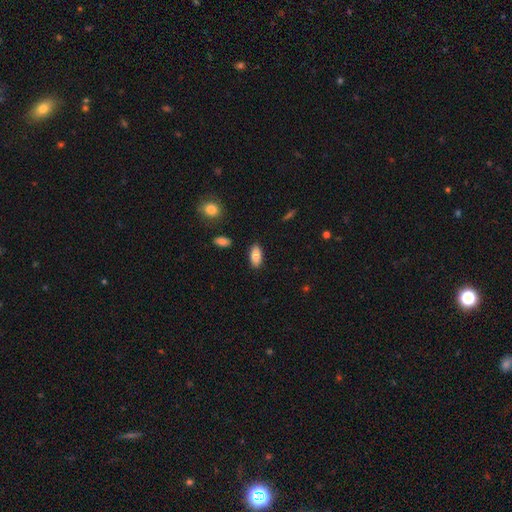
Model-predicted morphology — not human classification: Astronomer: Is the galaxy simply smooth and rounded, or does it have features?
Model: smooth — 85%.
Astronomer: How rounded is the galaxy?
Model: in between — 91%.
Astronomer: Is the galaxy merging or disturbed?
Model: none — 87%.